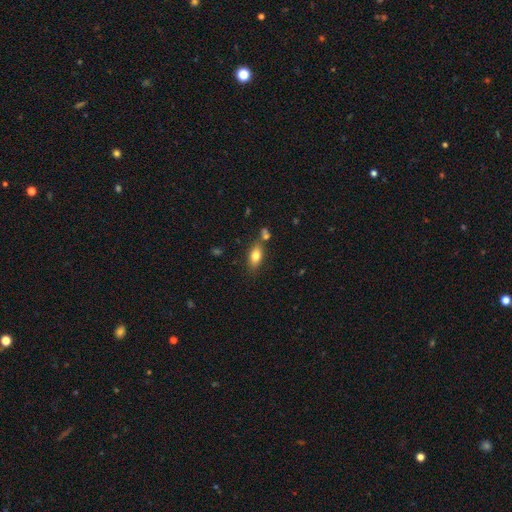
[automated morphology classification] Q: Smooth or featured?
A: smooth (79%); runner-up: featured or disk (13%)
Q: How rounded?
A: in between (85%); runner-up: cigar-shaped (10%)
Q: Merging?
A: none (70%); runner-up: minor disturbance (14%)